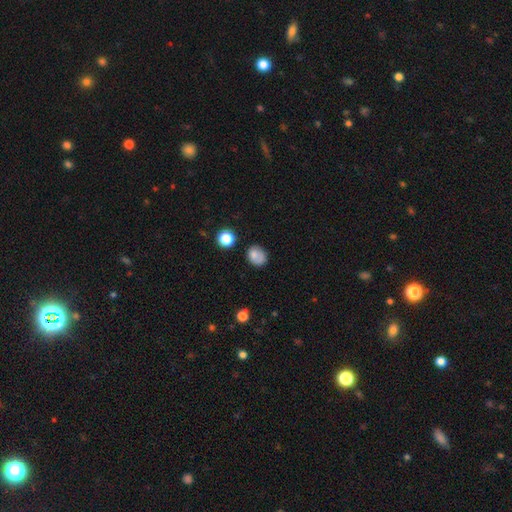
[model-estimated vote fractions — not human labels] smooth_or_featured: smooth (p=0.79) [alt: star or artifact p=0.11]
how_rounded: round (p=0.55) [alt: in between p=0.44]
merging: none (p=0.66) [alt: minor disturbance p=0.22]